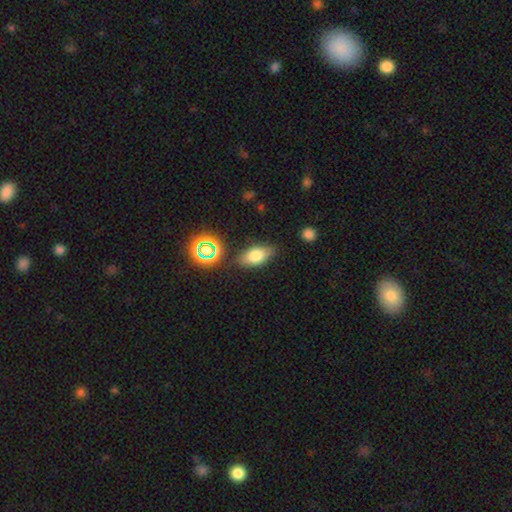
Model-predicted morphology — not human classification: smooth 72%, featured or disk 16%, star or artifact 12%. Down the decision tree: how rounded — in between (85%); merging — none (81%).